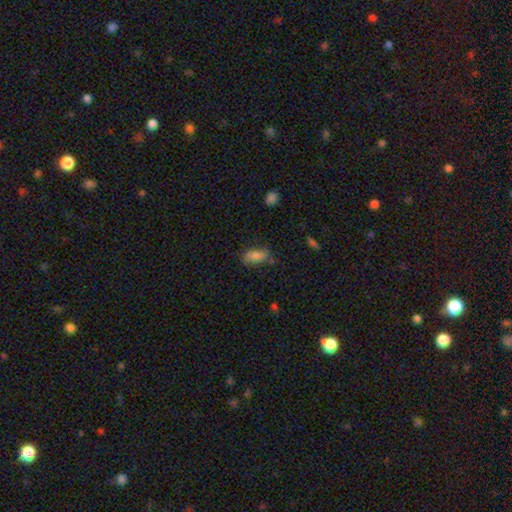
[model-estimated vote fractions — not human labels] Smooth or featured? smooth (78%)
How rounded? in between (80%)
Merging? none (68%)